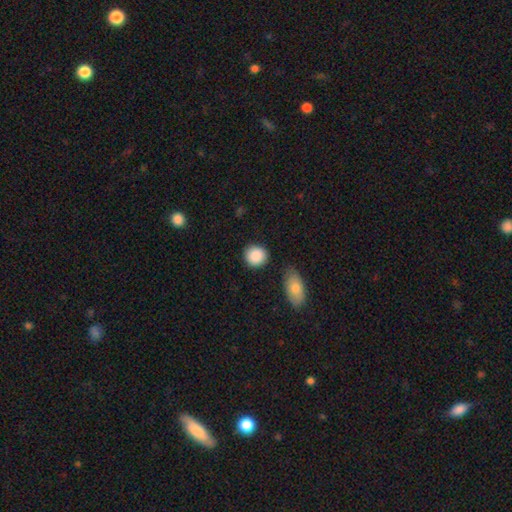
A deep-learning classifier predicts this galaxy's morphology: smooth_or_featured: smooth (p=0.90) [alt: star or artifact p=0.07]
how_rounded: round (p=0.83) [alt: in between p=0.15]
merging: none (p=0.82) [alt: minor disturbance p=0.11]